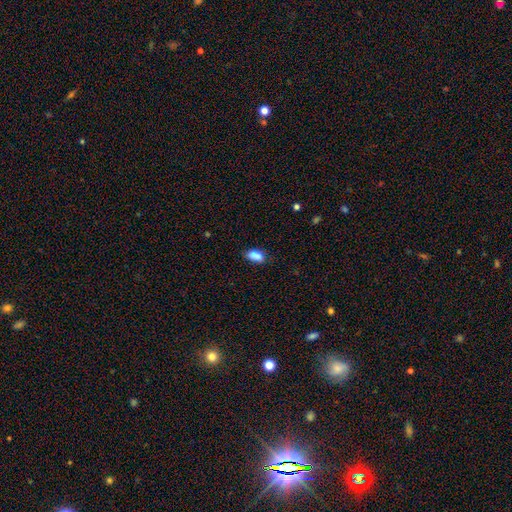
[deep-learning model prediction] This is clearly a smooth galaxy (87%). How rounded: clearly in between (90%). Merging: likely none (70%).